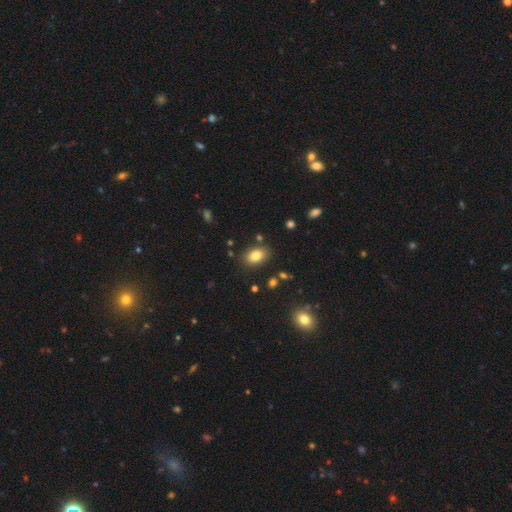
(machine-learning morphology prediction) A smooth galaxy with no disk features (81%) that is in between round and cigar-shaped (84%).

Vote fractions:
- Smooth or featured? smooth: 81% / star or artifact: 10% / featured or disk: 9%
- How rounded? in between: 84% / round: 15% / cigar-shaped: 1%
- Merging? none: 84% / minor disturbance: 10% / merger: 3% / major disturbance: 3%